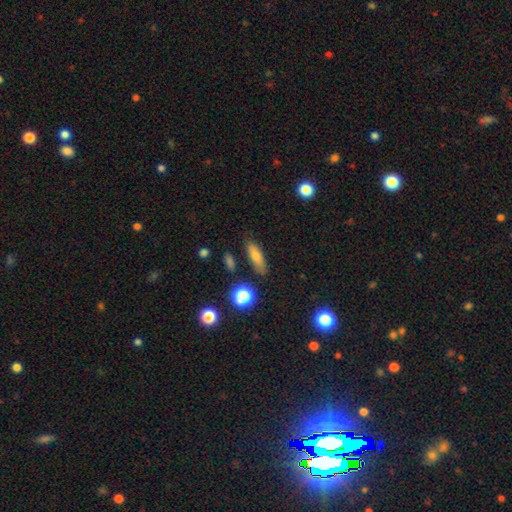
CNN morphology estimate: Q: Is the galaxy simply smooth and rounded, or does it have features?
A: smooth — 71%.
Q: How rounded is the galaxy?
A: in between — 49%.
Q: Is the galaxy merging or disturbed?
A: none — 82%.